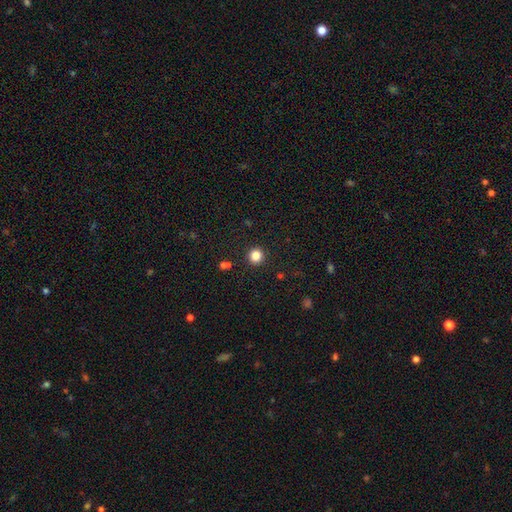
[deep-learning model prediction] Smooth or featured? smooth (84%)
How rounded? round (92%)
Merging? none (92%)